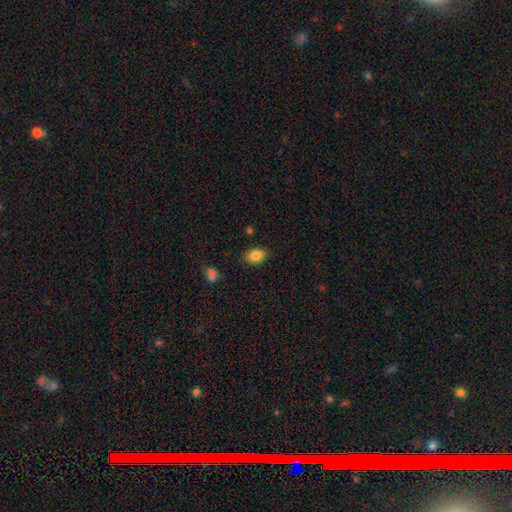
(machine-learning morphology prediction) A smooth galaxy with no disk features (84%) that is in between round and cigar-shaped (78%). Merging: none (84%).